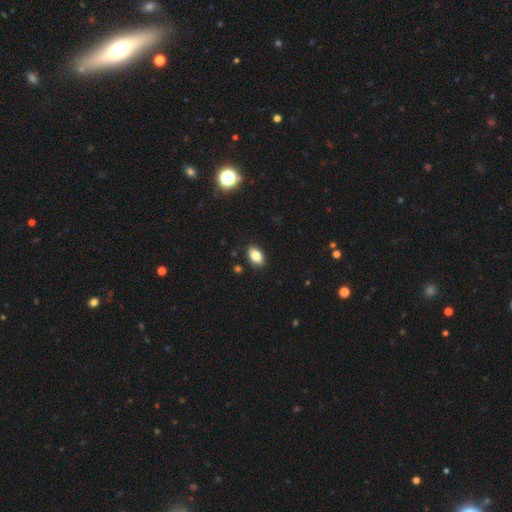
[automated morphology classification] This appears to be a smooth galaxy with no disk features (83%) that is in between round and cigar-shaped (87%). Merging: none (88%).